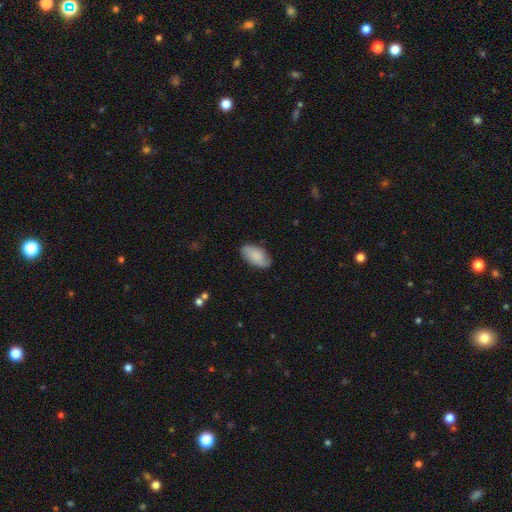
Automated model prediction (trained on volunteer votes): Q: Smooth or featured?
A: smooth (71%); runner-up: featured or disk (22%)
Q: How rounded?
A: in between (94%); runner-up: round (3%)
Q: Merging?
A: none (77%); runner-up: minor disturbance (18%)